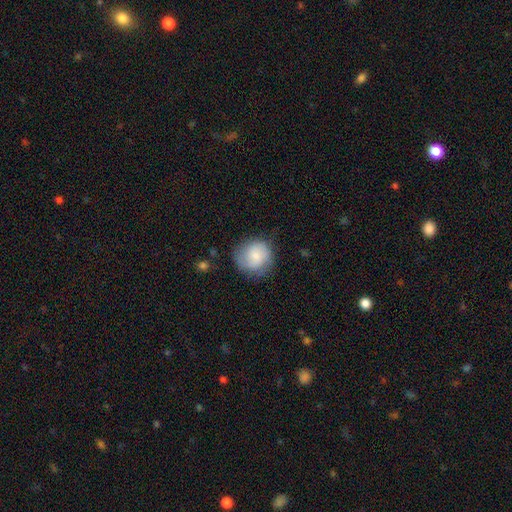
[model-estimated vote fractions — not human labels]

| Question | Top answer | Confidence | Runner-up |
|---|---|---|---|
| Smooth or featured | smooth | 66% | featured or disk (27%) |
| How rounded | round | 88% | in between (11%) |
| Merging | none | 74% | minor disturbance (18%) |